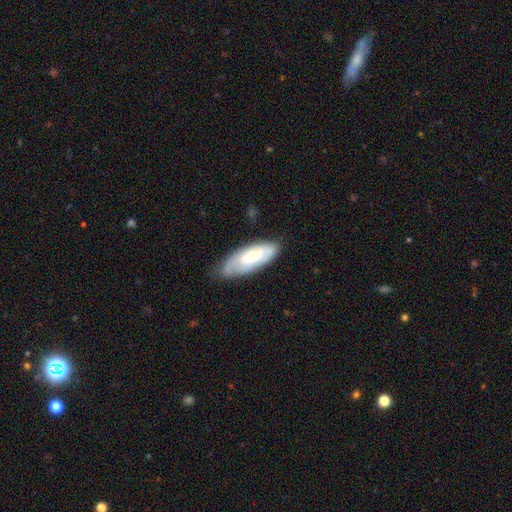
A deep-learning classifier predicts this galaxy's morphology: Smooth or featured?
  - smooth: 55% *
  - featured or disk: 38%
  - star or artifact: 7%
How rounded?
  - in between: 71% *
  - cigar-shaped: 27%
  - round: 2%
Merging?
  - none: 72% *
  - minor disturbance: 22%
  - major disturbance: 5%
  - merger: 2%